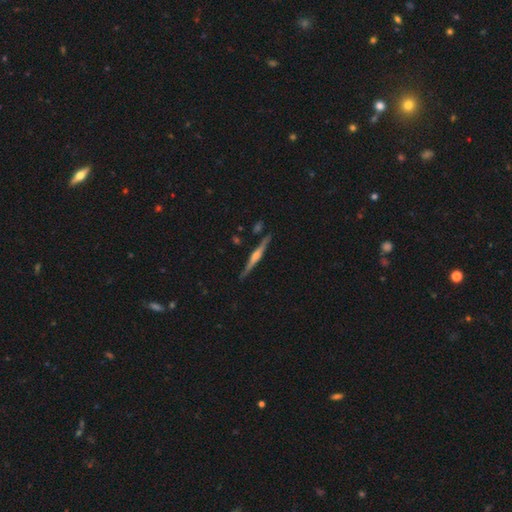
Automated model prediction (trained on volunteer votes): smooth_or_featured: featured or disk (p=0.79) [alt: smooth p=0.15]
disk_edge_on: yes (p=0.98) [alt: no p=0.02]
edge_on_bulge: rounded (p=0.75) [alt: boxy p=0.16]
merging: none (p=0.88) [alt: minor disturbance p=0.08]